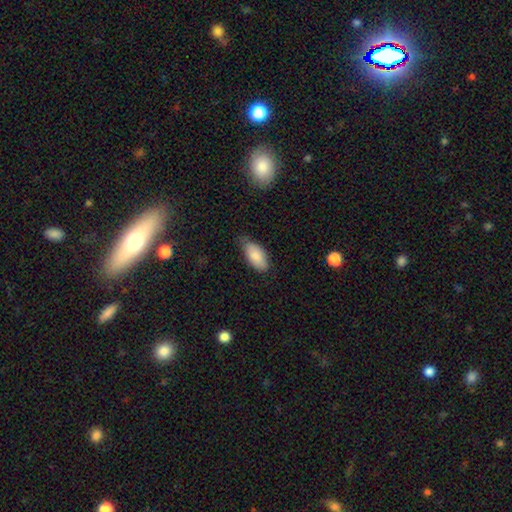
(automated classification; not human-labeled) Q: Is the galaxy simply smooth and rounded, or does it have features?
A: smooth — 85%.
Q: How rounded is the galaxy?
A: in between — 92%.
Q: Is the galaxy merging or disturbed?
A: none — 65%.